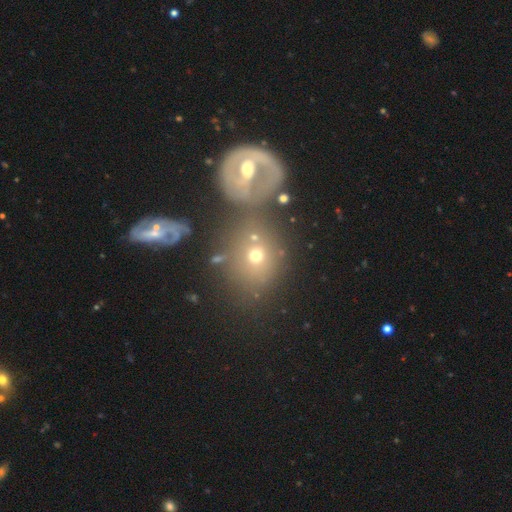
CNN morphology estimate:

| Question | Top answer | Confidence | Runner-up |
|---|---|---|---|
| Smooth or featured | smooth | 61% | featured or disk (20%) |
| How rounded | round | 68% | in between (30%) |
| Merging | none | 45% | merger (35%) |